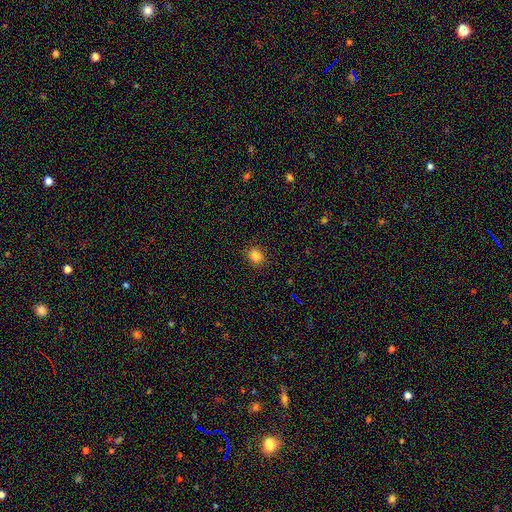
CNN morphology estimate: A smooth galaxy with no disk features (83%) that is round (73%).

Vote fractions:
- Smooth or featured? smooth: 83% / star or artifact: 12% / featured or disk: 5%
- How rounded? round: 73% / in between: 26% / cigar-shaped: 1%
- Merging? none: 89% / minor disturbance: 8% / major disturbance: 2% / merger: 1%